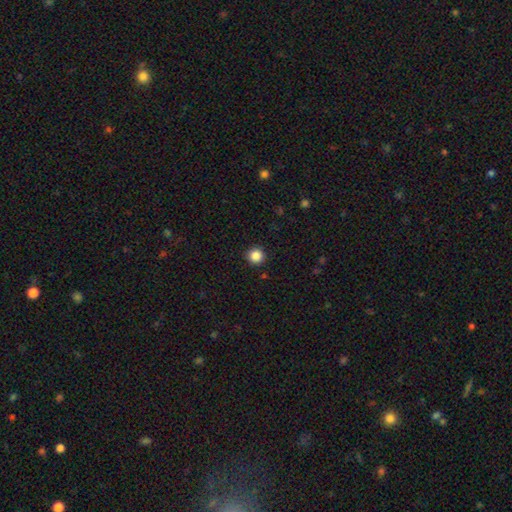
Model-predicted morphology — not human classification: Smooth or featured?
  - smooth: 86% *
  - star or artifact: 10%
  - featured or disk: 4%
How rounded?
  - round: 95% *
  - in between: 4%
  - cigar-shaped: 1%
Merging?
  - none: 92% *
  - minor disturbance: 5%
  - major disturbance: 2%
  - merger: 1%